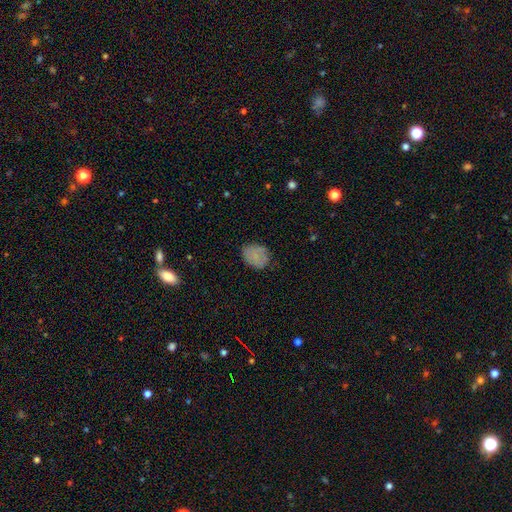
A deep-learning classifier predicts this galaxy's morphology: smooth-or-featured: smooth: 72% | featured or disk: 18% | star or artifact: 11%
  how-rounded: in between: 53% | round: 46% | cigar-shaped: 1%
  merging: none: 74% | minor disturbance: 19% | major disturbance: 5% | merger: 1%